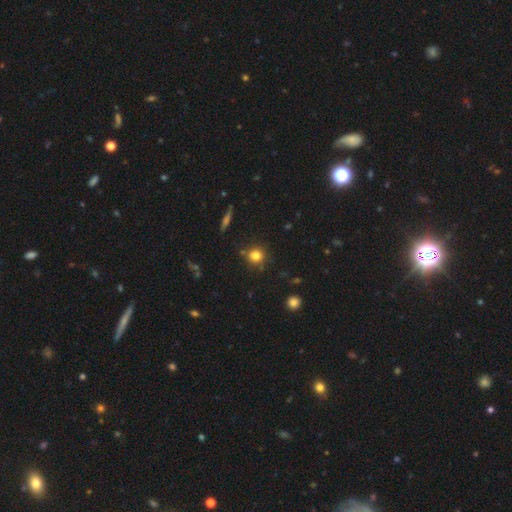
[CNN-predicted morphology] Overall: smooth (80%). How rounded: round (91%). Merging: none (81%).